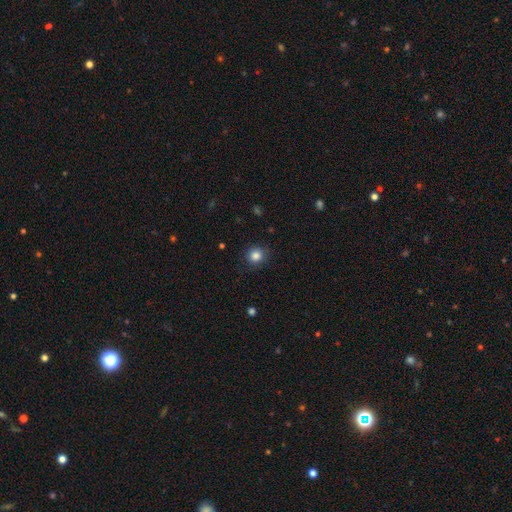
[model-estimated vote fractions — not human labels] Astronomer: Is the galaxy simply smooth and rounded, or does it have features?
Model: smooth — 84%.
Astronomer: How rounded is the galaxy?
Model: round — 89%.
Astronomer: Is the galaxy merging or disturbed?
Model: none — 86%.